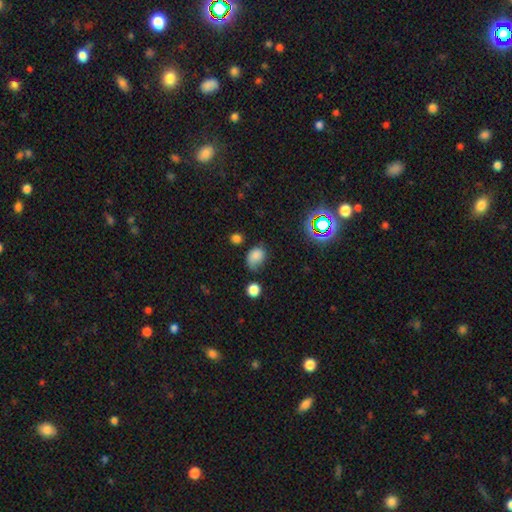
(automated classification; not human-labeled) Overall: smooth (77%). How rounded: in between (70%). Merging: none (49%; minor disturbance 34%).